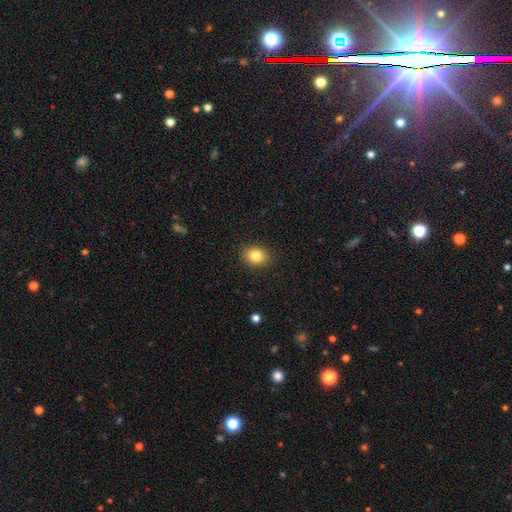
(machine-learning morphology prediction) A smooth galaxy with no disk features (83%) that is round (50%).

Vote fractions:
- Smooth or featured? smooth: 83% / star or artifact: 10% / featured or disk: 7%
- How rounded? round: 50% / in between: 49% / cigar-shaped: 1%
- Merging? none: 89% / minor disturbance: 8% / major disturbance: 2% / merger: 1%